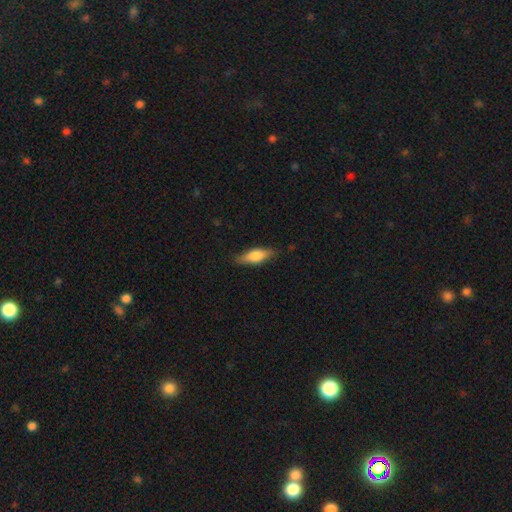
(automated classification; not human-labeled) This appears to be a smooth galaxy with no disk features (73%) that is in between round and cigar-shaped (59%). Merging: none (83%).